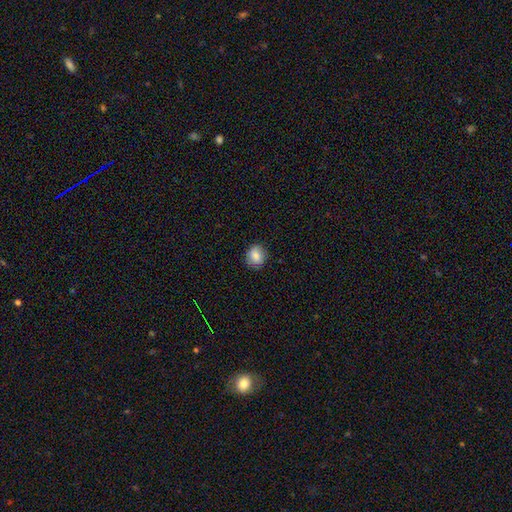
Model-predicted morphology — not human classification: type=smooth (81%); roundness=round (78%); merging=none (82%).